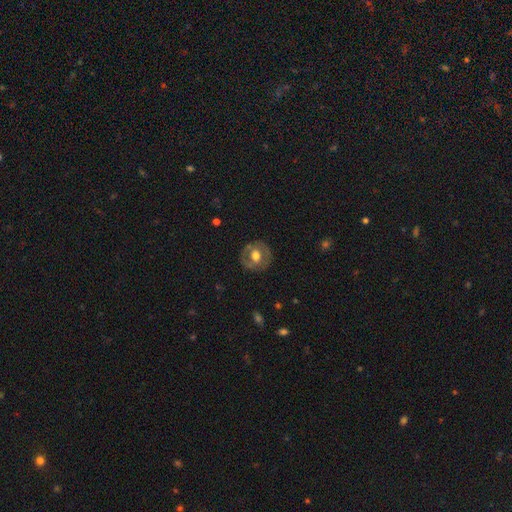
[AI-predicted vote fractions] Q: Smooth or featured?
A: featured or disk (46%); tied with: smooth (46%)
Q: Merging?
A: none (83%); runner-up: minor disturbance (12%)